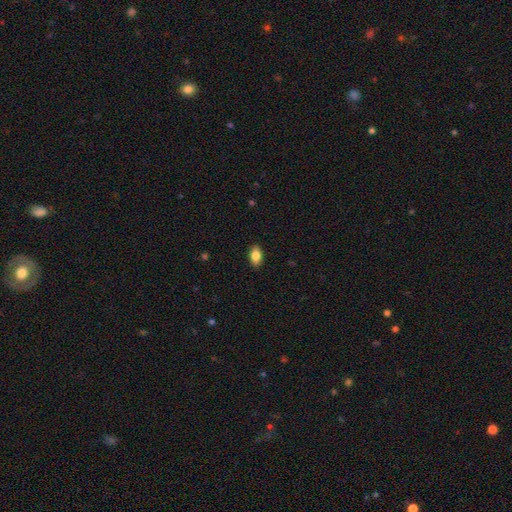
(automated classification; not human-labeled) smooth-or-featured: smooth: 84% | featured or disk: 8% | star or artifact: 7%
  how-rounded: in between: 90% | round: 7% | cigar-shaped: 3%
  merging: none: 89% | minor disturbance: 8% | major disturbance: 2% | merger: 1%